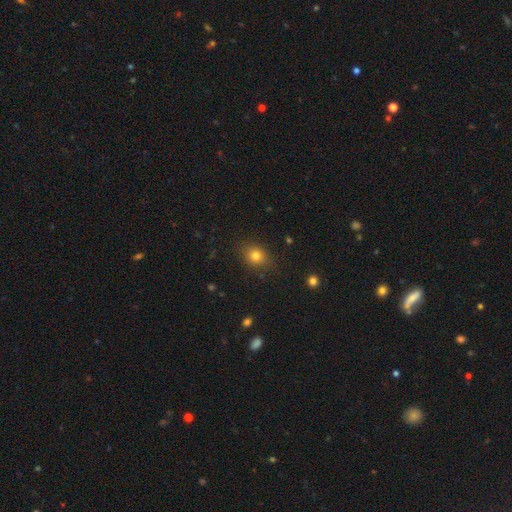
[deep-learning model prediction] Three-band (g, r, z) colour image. It shows a smooth galaxy with no disk features (79%) that is round (60%). Merging: none (85%).